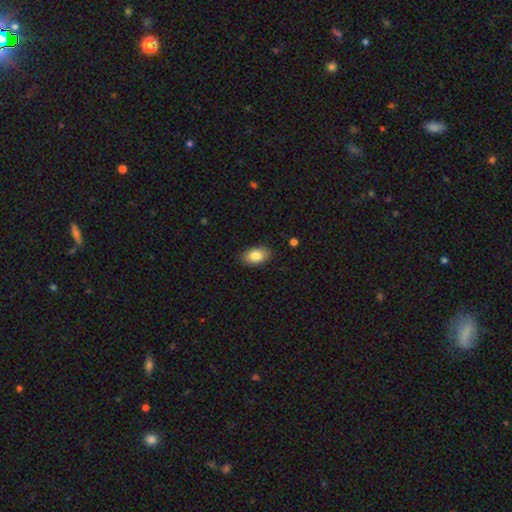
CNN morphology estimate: smooth 83%, featured or disk 9%, star or artifact 8%. Down the decision tree: how rounded — in between (90%); merging — none (87%).